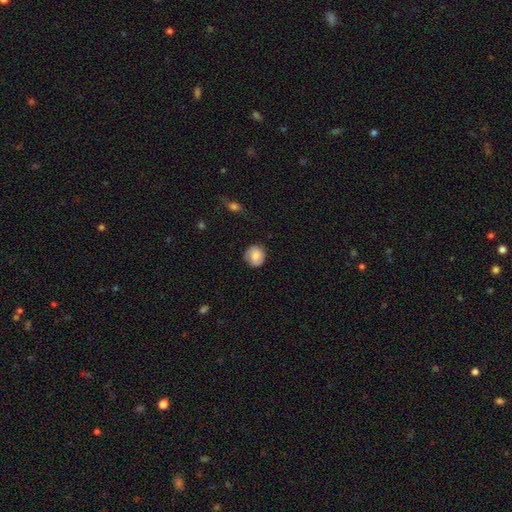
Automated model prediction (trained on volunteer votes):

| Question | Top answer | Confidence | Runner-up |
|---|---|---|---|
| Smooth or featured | smooth | 79% | featured or disk (13%) |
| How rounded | round | 87% | in between (12%) |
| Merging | none | 79% | minor disturbance (16%) |